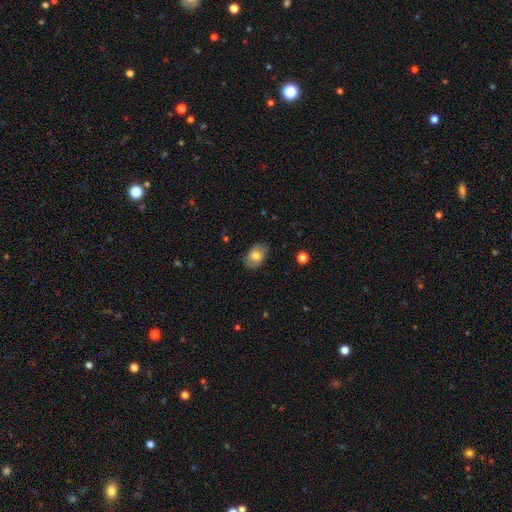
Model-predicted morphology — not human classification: This is likely a smooth galaxy (74%). How rounded: clearly in between (84%). Merging: likely none (77%).